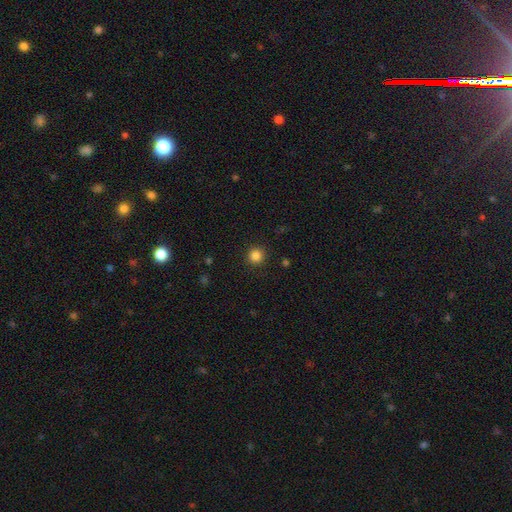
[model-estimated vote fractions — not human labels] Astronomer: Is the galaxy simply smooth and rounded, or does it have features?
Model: smooth — 84%.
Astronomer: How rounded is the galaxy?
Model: round — 95%.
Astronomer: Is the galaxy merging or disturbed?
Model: none — 92%.